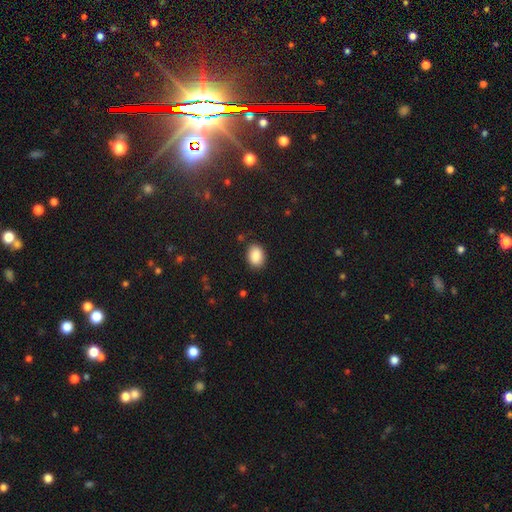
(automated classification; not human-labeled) Q: Smooth or featured?
A: smooth (88%); runner-up: star or artifact (8%)
Q: How rounded?
A: in between (74%); runner-up: round (25%)
Q: Merging?
A: none (87%); runner-up: minor disturbance (9%)